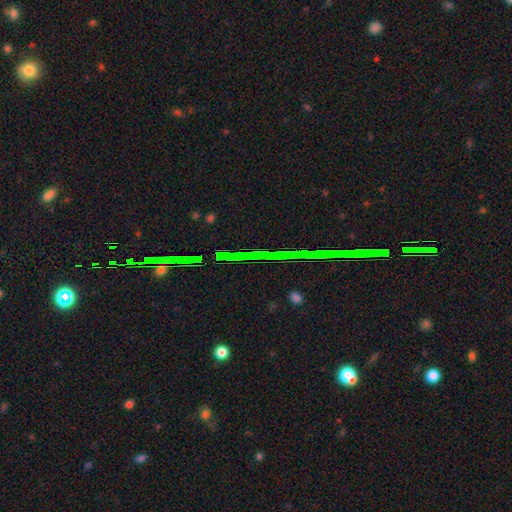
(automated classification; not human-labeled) This is clearly a star or artifact rather than a galaxy (80%).